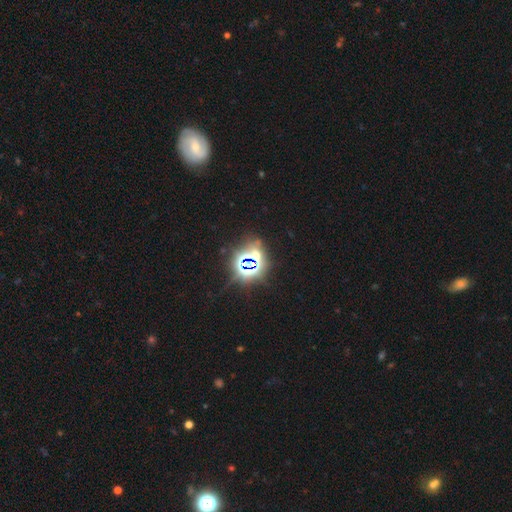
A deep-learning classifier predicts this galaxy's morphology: This appears to be a star or artifact, not a galaxy (78%).